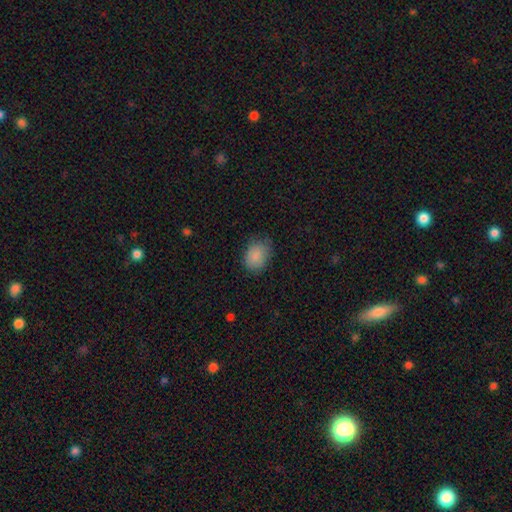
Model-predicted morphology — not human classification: Smooth or featured: smooth — 86% (star or artifact — 8%)
How rounded: in between — 64% (round — 35%)
Merging: none — 72% (minor disturbance — 22%)